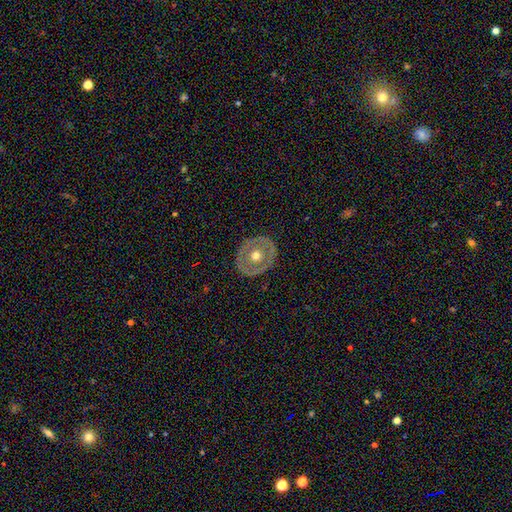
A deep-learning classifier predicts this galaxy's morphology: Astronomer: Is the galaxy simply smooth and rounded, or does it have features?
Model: featured or disk — 56% (runner-up: smooth, 38%).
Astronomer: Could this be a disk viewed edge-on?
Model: no — 94%.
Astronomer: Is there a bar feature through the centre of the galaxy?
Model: no — 90%.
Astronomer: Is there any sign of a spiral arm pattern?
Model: no — 87%.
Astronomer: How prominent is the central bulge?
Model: moderate — 79%.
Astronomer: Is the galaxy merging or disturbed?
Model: none — 84%.